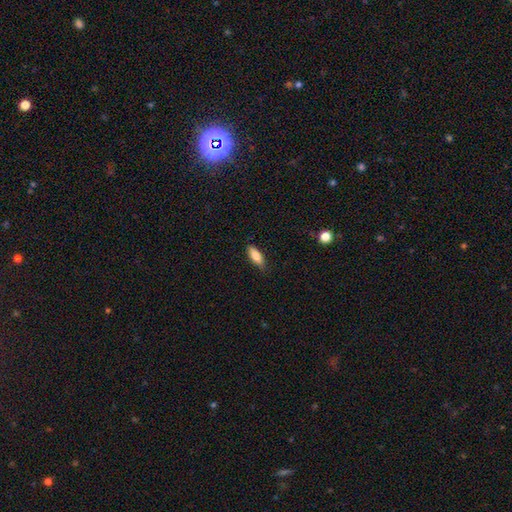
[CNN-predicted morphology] Smooth or featured?
  - smooth: 83% *
  - featured or disk: 10%
  - star or artifact: 7%
How rounded?
  - in between: 73% *
  - cigar-shaped: 25%
  - round: 2%
Merging?
  - none: 81% *
  - minor disturbance: 16%
  - major disturbance: 3%
  - merger: 1%